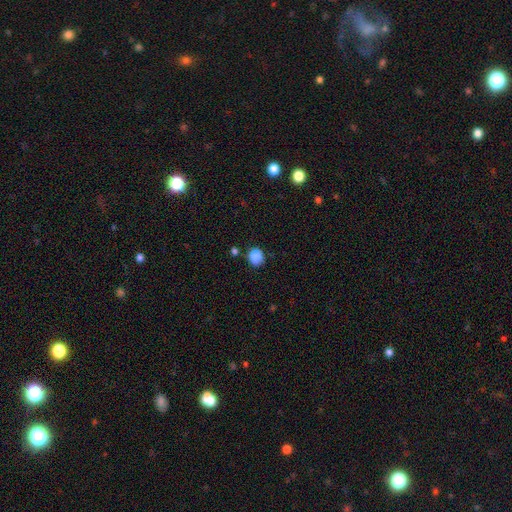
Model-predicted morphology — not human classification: Smooth or featured? Predicted: smooth (p=0.84). How rounded? Predicted: round (p=0.72). Merging? Predicted: none (p=0.65).